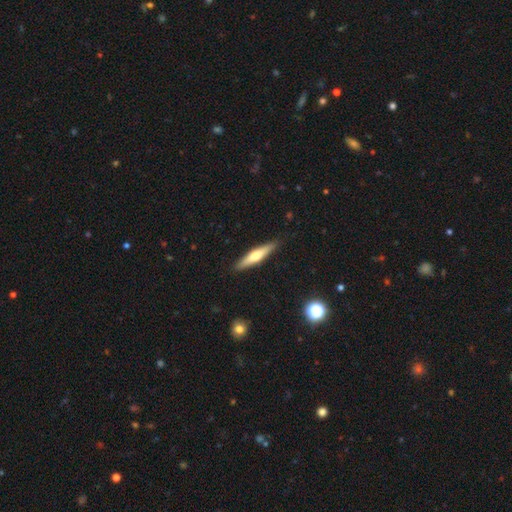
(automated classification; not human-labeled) Q: Smooth or featured?
A: smooth (49%); runner-up: featured or disk (46%)
Q: Merging?
A: none (89%); runner-up: minor disturbance (8%)